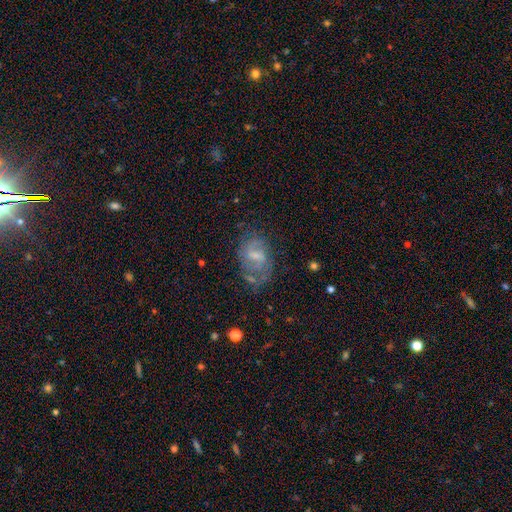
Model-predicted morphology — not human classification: smooth_or_featured: featured or disk (p=0.65) [alt: smooth p=0.26]
disk_edge_on: no (p=0.96) [alt: yes p=0.04]
bar: weak (p=0.57) [alt: no p=0.25]
has_spiral_arms: yes (p=0.79) [alt: no p=0.21]
bulge_size: small (p=0.38) [alt: moderate p=0.33]
merging: none (p=0.51) [alt: minor disturbance p=0.26]